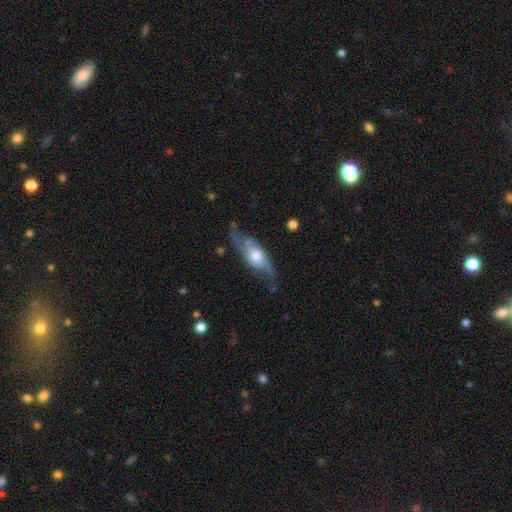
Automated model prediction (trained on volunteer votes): featured or disk 74%, smooth 20%, star or artifact 6%. Down the decision tree: edge-on disk — no (75%); bar — no (72%); spiral arms — yes (88%); bulge size — moderate (58%); merging — none (61%).